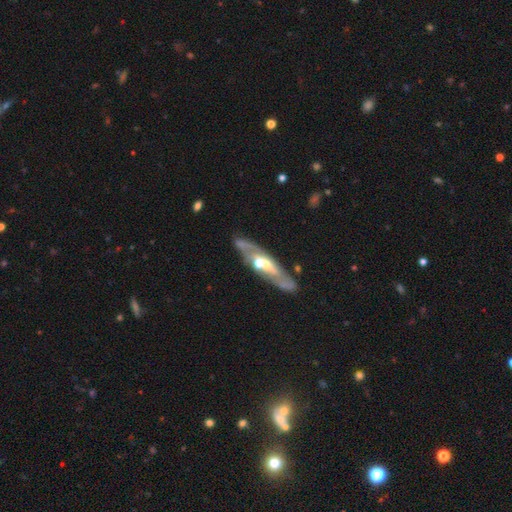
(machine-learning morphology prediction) Q: Smooth or featured?
A: featured or disk (74%); runner-up: smooth (20%)
Q: Edge-on disk?
A: no (65%); runner-up: yes (35%)
Q: Merging?
A: none (71%); runner-up: minor disturbance (15%)